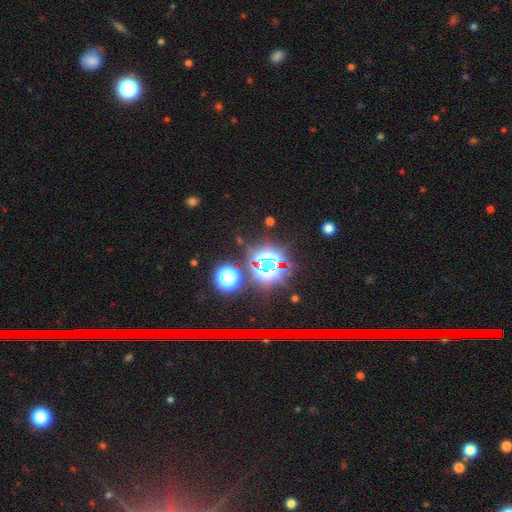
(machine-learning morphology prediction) Q: Smooth or featured?
A: star or artifact (75%); runner-up: smooth (17%)